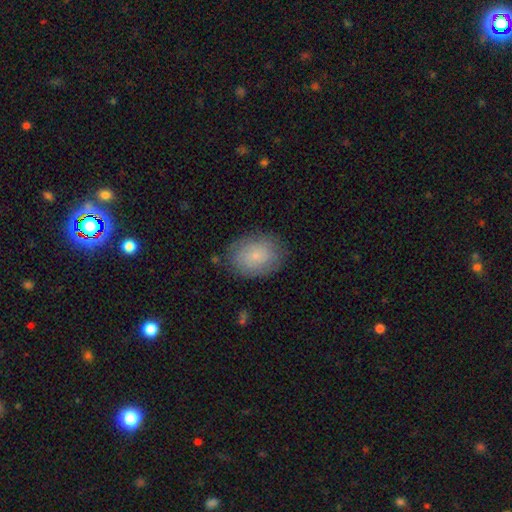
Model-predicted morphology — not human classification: This is likely a smooth galaxy (69%). How rounded: likely in between (63%). Merging: likely none (79%).